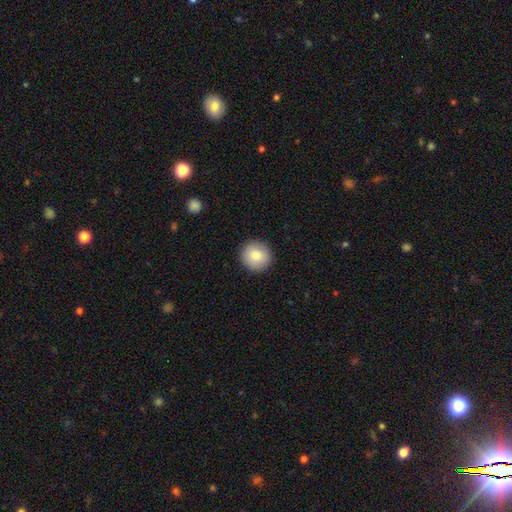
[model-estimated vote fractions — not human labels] This is clearly a smooth galaxy (82%). How rounded: clearly round (95%). Merging: clearly none (92%).